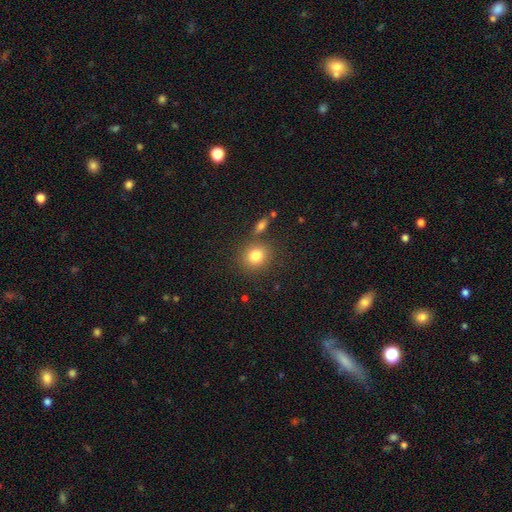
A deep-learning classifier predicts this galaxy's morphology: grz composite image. It shows a smooth galaxy with no disk features (80%) that is round (78%). Merging: none (77%).